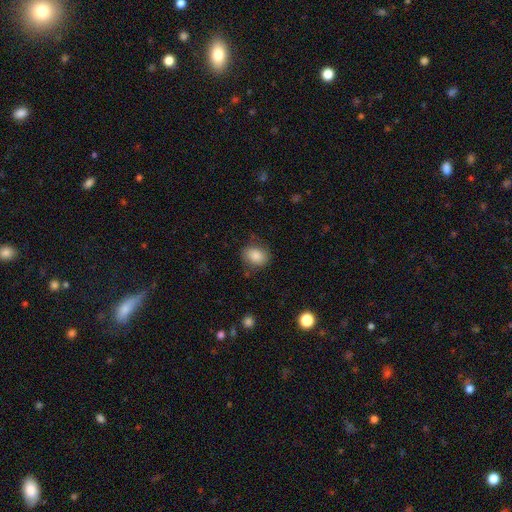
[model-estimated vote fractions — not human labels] This appears to be a smooth galaxy with no disk features (86%) that is in between round and cigar-shaped (57%). Merging: none (79%).